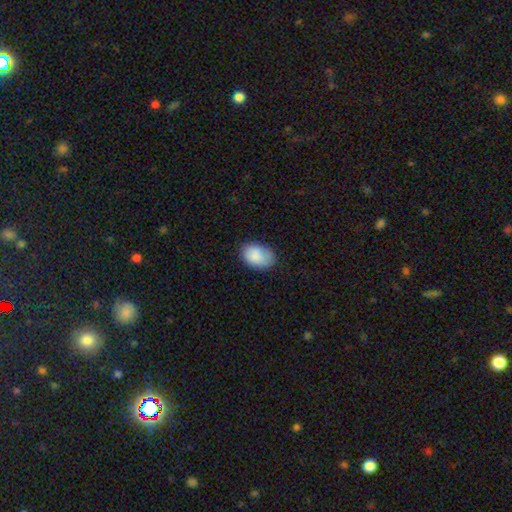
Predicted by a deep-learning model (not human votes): Q: Smooth or featured?
A: smooth (87%); runner-up: star or artifact (7%)
Q: How rounded?
A: in between (86%); runner-up: round (13%)
Q: Merging?
A: none (71%); runner-up: minor disturbance (23%)